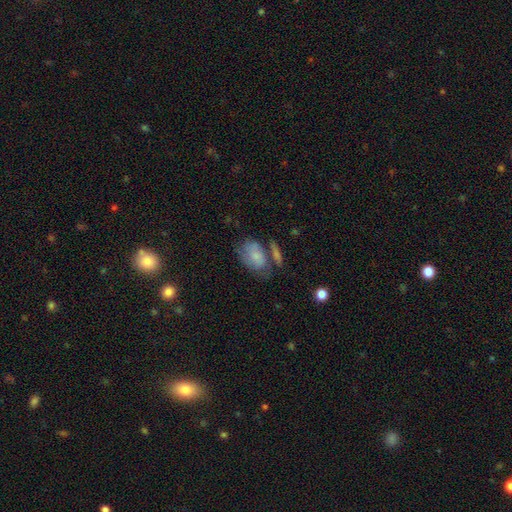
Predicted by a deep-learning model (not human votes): This is likely a smooth galaxy (67%). How rounded: clearly in between (84%). Merging: marginally none (40%).